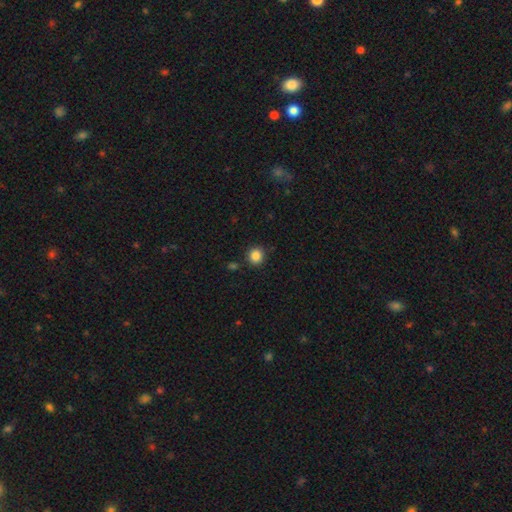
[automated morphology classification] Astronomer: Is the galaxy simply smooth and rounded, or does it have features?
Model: smooth — 86%.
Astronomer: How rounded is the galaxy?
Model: round — 90%.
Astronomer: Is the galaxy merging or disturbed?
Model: none — 87%.